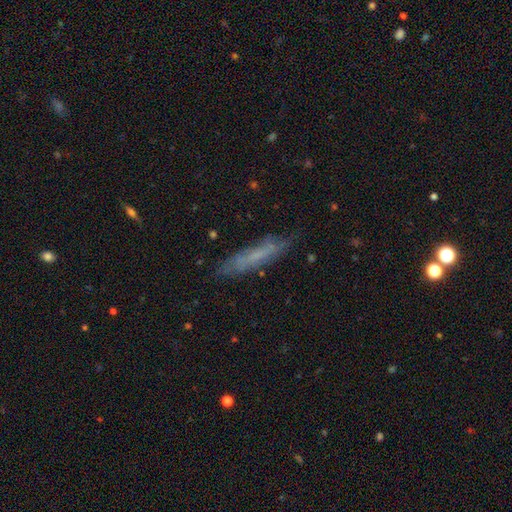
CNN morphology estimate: Smooth or featured? Predicted: smooth (p=0.49). Merging? Predicted: none (p=0.78).